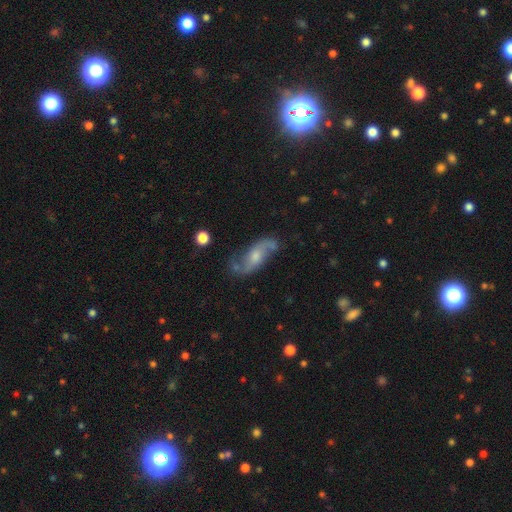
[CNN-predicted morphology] This is clearly a featured or disk galaxy (80%). It is clearly not viewed edge-on (90%). Bar: possibly no (55%). Spiral arm pattern: clearly yes (94%). Spiral arm count: clearly 2 (91%). Spiral winding: likely loose (61%). Central bulge: possibly moderate (52%). Merging: likely none (73%).